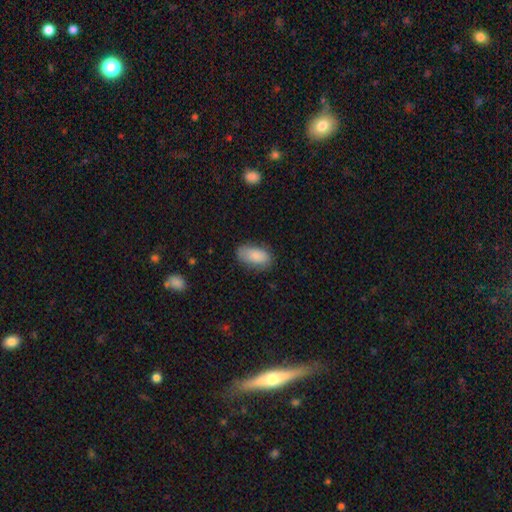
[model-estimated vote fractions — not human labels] Q: Smooth or featured?
A: smooth (86%); runner-up: featured or disk (8%)
Q: How rounded?
A: in between (92%); runner-up: cigar-shaped (4%)
Q: Merging?
A: none (75%); runner-up: minor disturbance (19%)